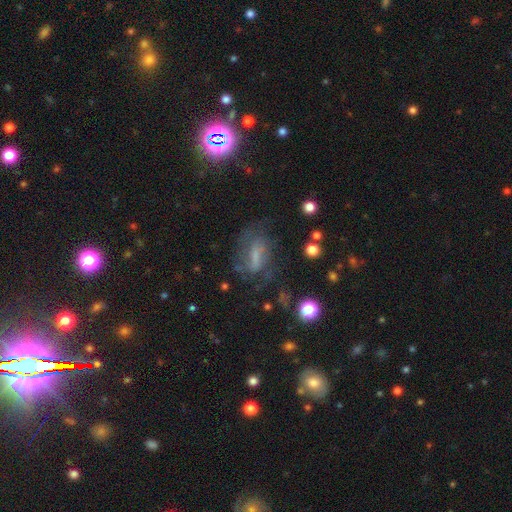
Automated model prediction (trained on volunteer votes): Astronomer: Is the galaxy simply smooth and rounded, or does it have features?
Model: featured or disk — 53% (runner-up: smooth, 32%).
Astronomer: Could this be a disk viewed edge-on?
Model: no — 91%.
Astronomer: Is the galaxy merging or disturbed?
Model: none — 52%.